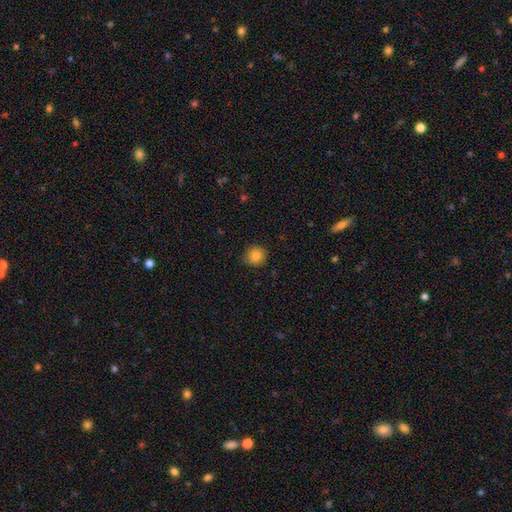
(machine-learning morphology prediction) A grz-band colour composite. It shows a smooth galaxy with no disk features (83%) that is round (91%). Merging: none (88%).